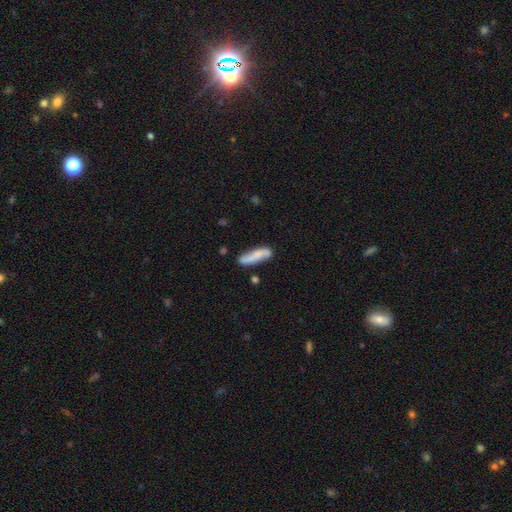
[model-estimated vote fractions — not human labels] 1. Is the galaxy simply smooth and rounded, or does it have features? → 57% smooth, 36% featured or disk, 7% star or artifact.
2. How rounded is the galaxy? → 66% cigar-shaped, 32% in between, 2% round.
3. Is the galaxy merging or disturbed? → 72% none, 18% minor disturbance, 6% merger, 4% major disturbance.